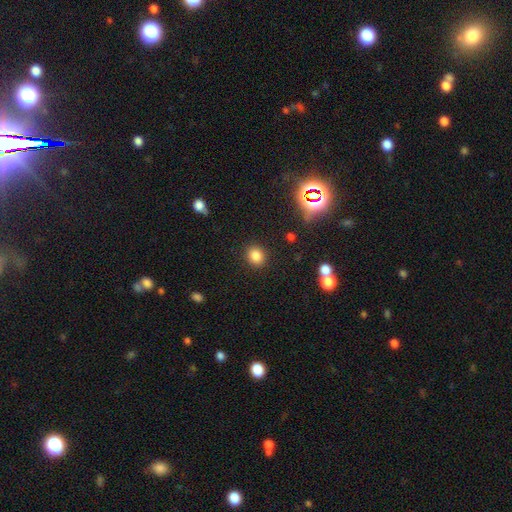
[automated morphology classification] Overall: smooth (82%). How rounded: round (72%). Merging: none (89%).